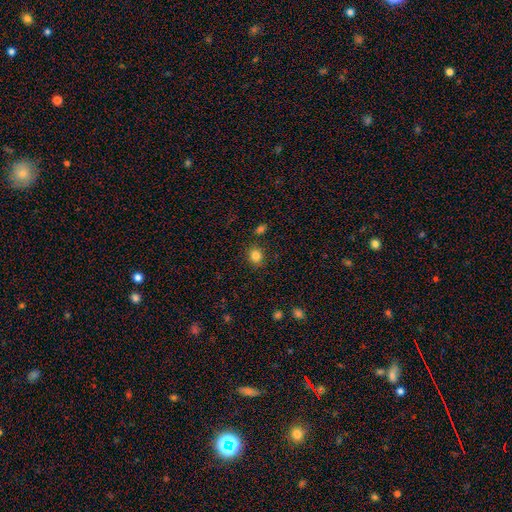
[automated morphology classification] Smooth or featured: smooth — 84% (star or artifact — 11%)
How rounded: round — 74% (in between — 25%)
Merging: none — 84% (minor disturbance — 9%)